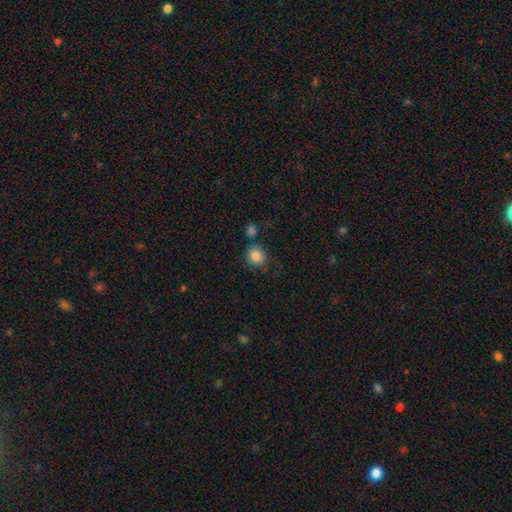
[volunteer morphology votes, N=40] Smooth or featured?
  - smooth: 80% *
  - featured or disk: 10%
  - star or artifact: 10%
How rounded?
  - round: 84% *
  - in between: 12%
  - cigar-shaped: 3%
Merging?
  - none: 56% *
  - merger: 19%
  - minor disturbance: 17%
  - major disturbance: 8%